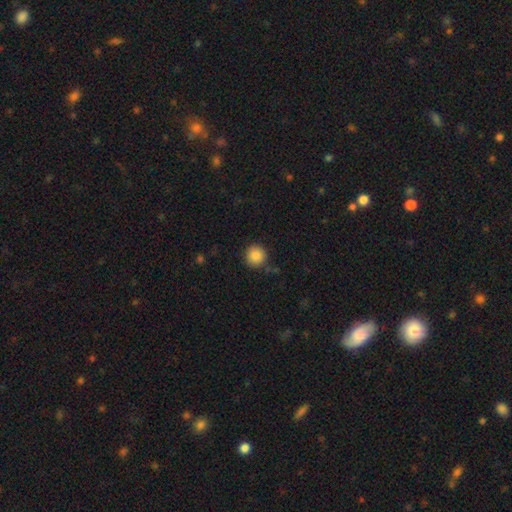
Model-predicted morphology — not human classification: Q: Smooth or featured?
A: smooth (87%); runner-up: star or artifact (9%)
Q: How rounded?
A: round (94%); runner-up: in between (5%)
Q: Merging?
A: none (87%); runner-up: minor disturbance (9%)